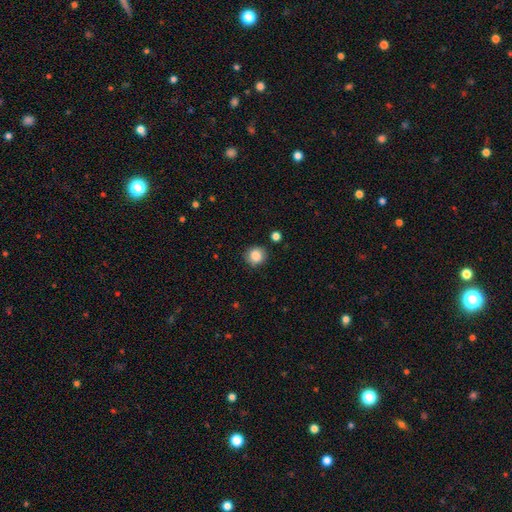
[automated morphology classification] Smooth or featured? smooth (84%)
How rounded? round (86%)
Merging? none (84%)